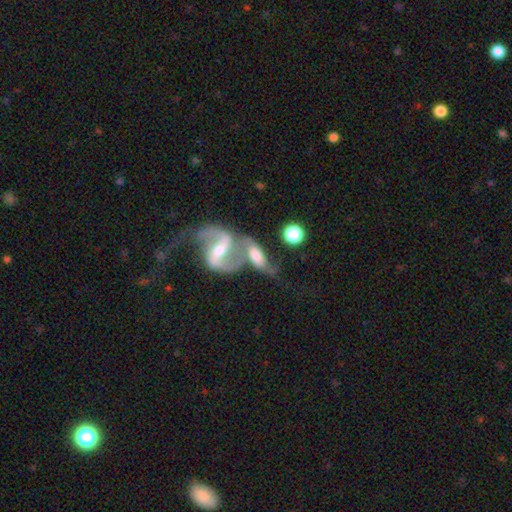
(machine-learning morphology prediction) featured or disk 65%, smooth 28%, star or artifact 7%. Down the decision tree: edge-on disk — no (91%); bar — weak (38%, tied with strong); spiral arms — yes (83%); bulge size — moderate (51%); merging — merger (57%).